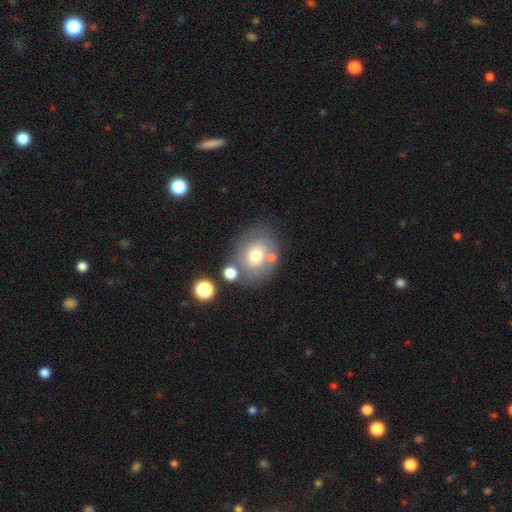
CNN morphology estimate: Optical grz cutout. It shows a smooth galaxy with no disk features (64%) that is round (59%). Merging: none (63%).